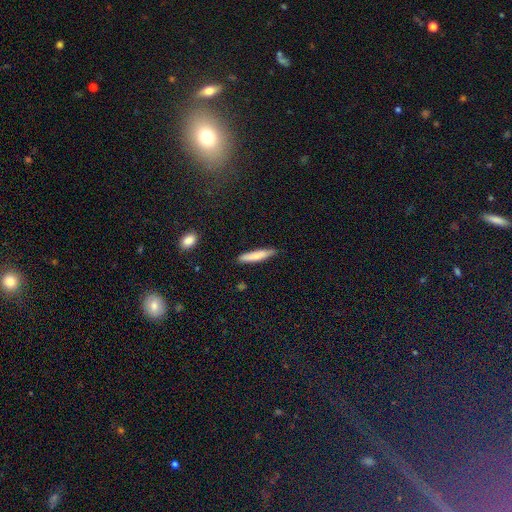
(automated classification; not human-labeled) A smooth galaxy with no disk features (76%) that is cigar-shaped (89%). Merging: none (83%).